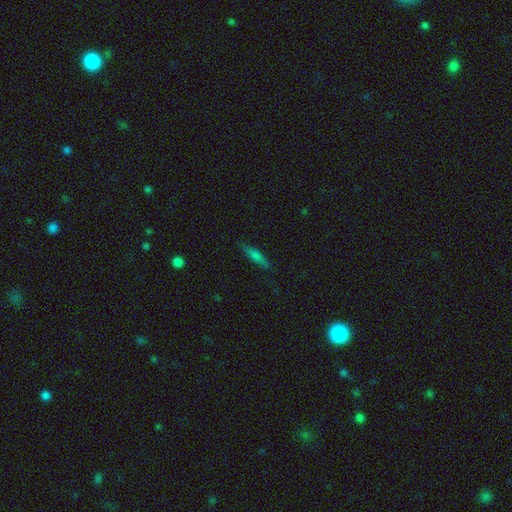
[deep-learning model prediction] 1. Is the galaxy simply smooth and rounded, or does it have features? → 45% smooth, 43% featured or disk, 11% star or artifact.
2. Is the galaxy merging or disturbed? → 87% none, 10% minor disturbance, 2% major disturbance, 1% merger.